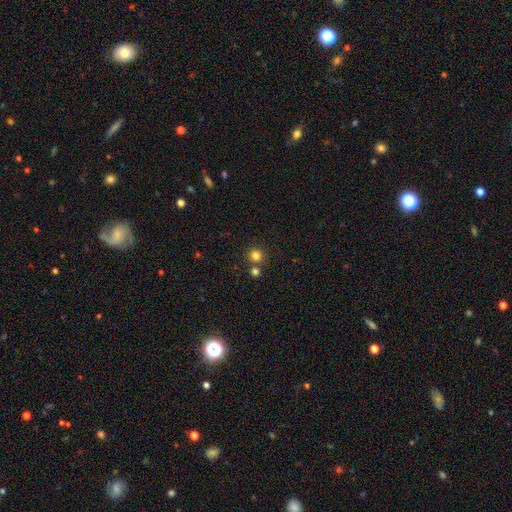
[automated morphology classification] This appears to be a smooth galaxy with no disk features (81%) that is round (93%). Merging: none (73%).